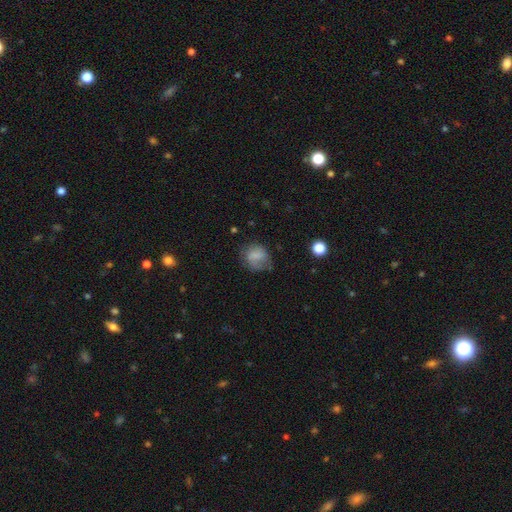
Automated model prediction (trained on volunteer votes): This appears to be a smooth galaxy with no disk features (75%) that is round (61%). Merging: none (53%).